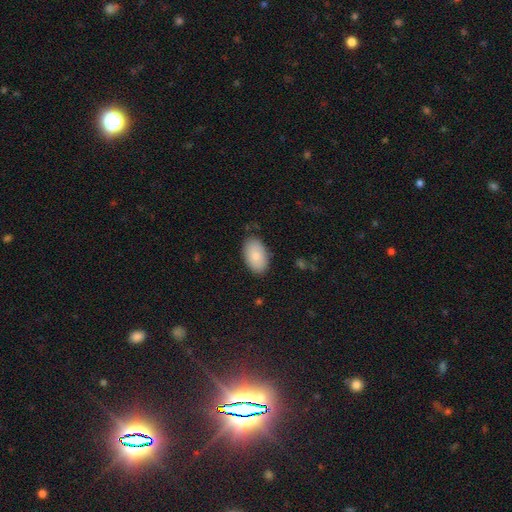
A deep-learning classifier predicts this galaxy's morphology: Smooth or featured?
  - smooth: 83% *
  - featured or disk: 11%
  - star or artifact: 6%
How rounded?
  - in between: 94% *
  - round: 5%
  - cigar-shaped: 1%
Merging?
  - none: 83% *
  - minor disturbance: 13%
  - major disturbance: 3%
  - merger: 1%